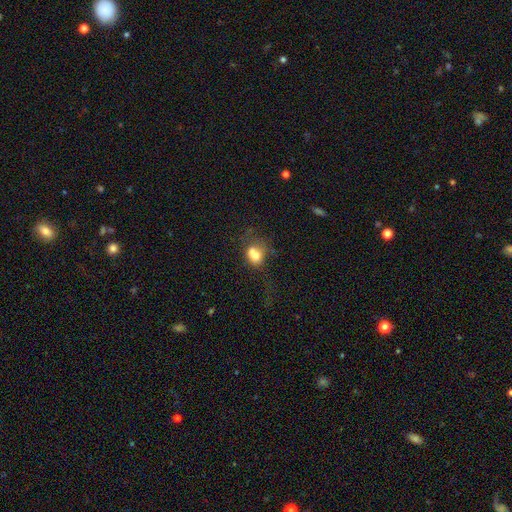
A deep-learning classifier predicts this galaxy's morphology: A smooth galaxy with no disk features (67%) that is in between round and cigar-shaped (51%).

Vote fractions:
- Smooth or featured? smooth: 67% / featured or disk: 21% / star or artifact: 12%
- How rounded? in between: 51% / round: 47% / cigar-shaped: 1%
- Merging? merger: 48% / none: 26% / minor disturbance: 13% / major disturbance: 12%